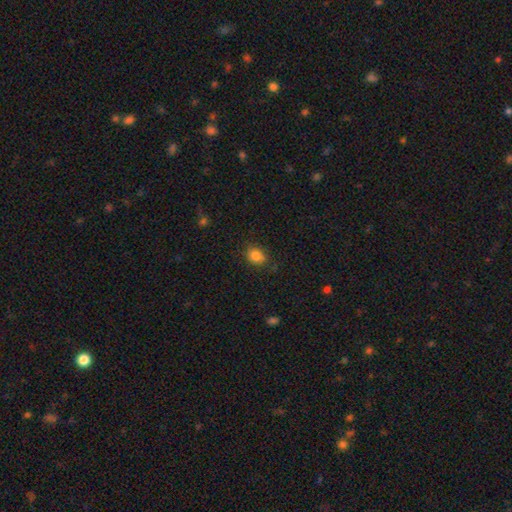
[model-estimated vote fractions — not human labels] smooth-or-featured: smooth: 84% | star or artifact: 11% | featured or disk: 6%
  how-rounded: round: 56% | in between: 43% | cigar-shaped: 1%
  merging: none: 80% | minor disturbance: 15% | major disturbance: 4% | merger: 1%